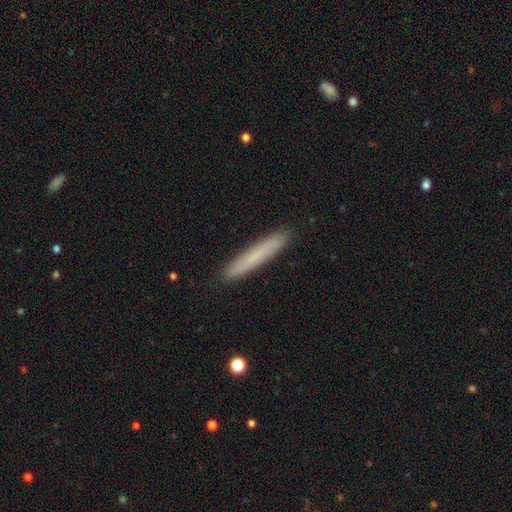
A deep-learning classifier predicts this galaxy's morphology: A smooth galaxy with no disk features (74%) that is cigar-shaped (96%).

Vote fractions:
- Smooth or featured? smooth: 74% / featured or disk: 19% / star or artifact: 7%
- How rounded? cigar-shaped: 96% / in between: 3% / round: 1%
- Merging? none: 91% / minor disturbance: 6% / major disturbance: 1% / merger: 1%